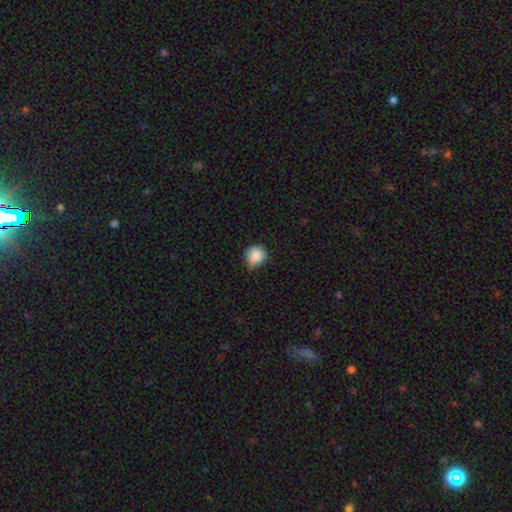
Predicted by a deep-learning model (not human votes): Morphology: type=smooth (87%); roundness=round (84%); merging=none (61%).